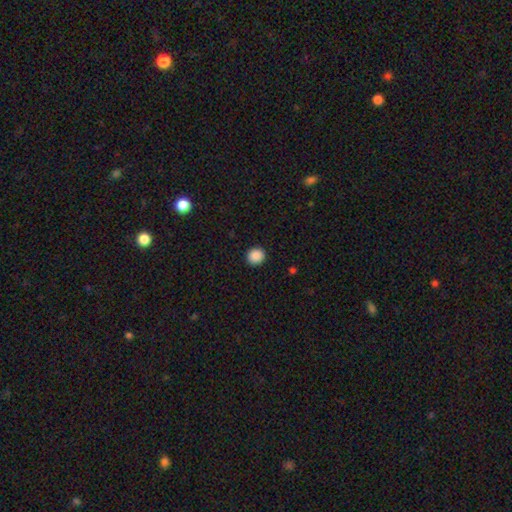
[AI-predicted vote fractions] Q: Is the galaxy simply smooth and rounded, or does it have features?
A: smooth — 89%.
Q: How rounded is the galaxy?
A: round — 90%.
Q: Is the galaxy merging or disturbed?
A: none — 92%.